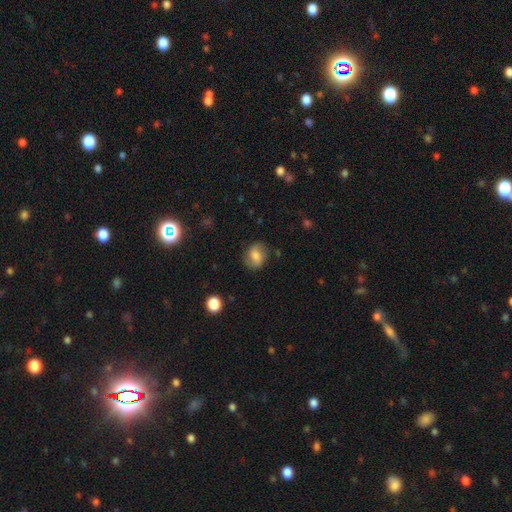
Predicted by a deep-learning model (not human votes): smooth_or_featured: smooth (p=0.64) [alt: featured or disk p=0.26]
how_rounded: round (p=0.52) [alt: in between p=0.46]
merging: none (p=0.77) [alt: minor disturbance p=0.16]